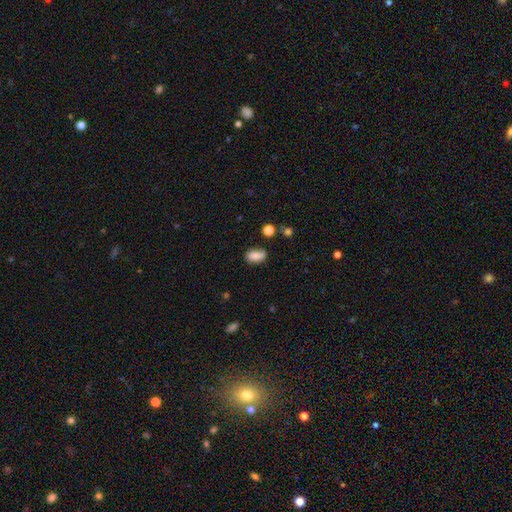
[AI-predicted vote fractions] smooth_or_featured: smooth (p=0.78) [alt: featured or disk p=0.12]
how_rounded: in between (p=0.86) [alt: round p=0.10]
merging: none (p=0.72) [alt: minor disturbance p=0.19]